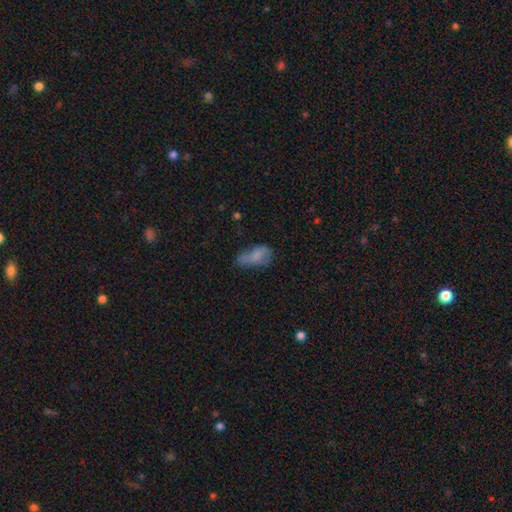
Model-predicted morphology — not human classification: smooth-or-featured: smooth: 65% | featured or disk: 24% | star or artifact: 11%
  how-rounded: in between: 88% | cigar-shaped: 7% | round: 5%
  merging: none: 35% | minor disturbance: 31% | major disturbance: 24% | merger: 11%